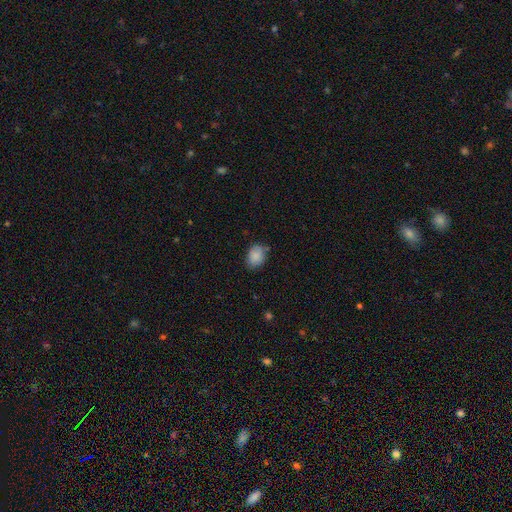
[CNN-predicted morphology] Smooth or featured: smooth — 86% (star or artifact — 8%)
How rounded: in between — 63% (round — 36%)
Merging: none — 71% (minor disturbance — 22%)